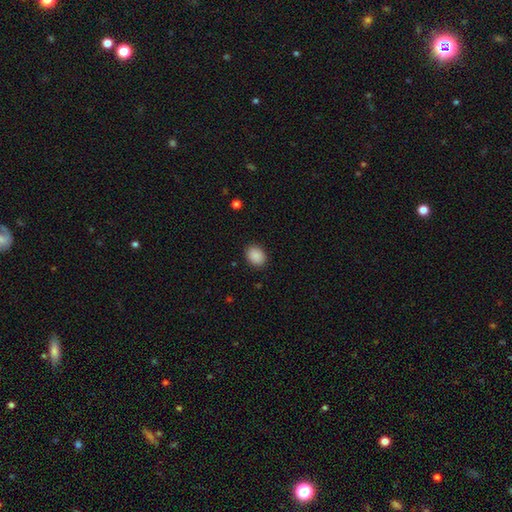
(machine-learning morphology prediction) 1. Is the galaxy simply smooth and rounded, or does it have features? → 90% smooth, 8% star or artifact, 3% featured or disk.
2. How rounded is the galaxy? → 58% in between, 41% round, 1% cigar-shaped.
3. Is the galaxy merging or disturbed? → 89% none, 8% minor disturbance, 2% major disturbance, 1% merger.